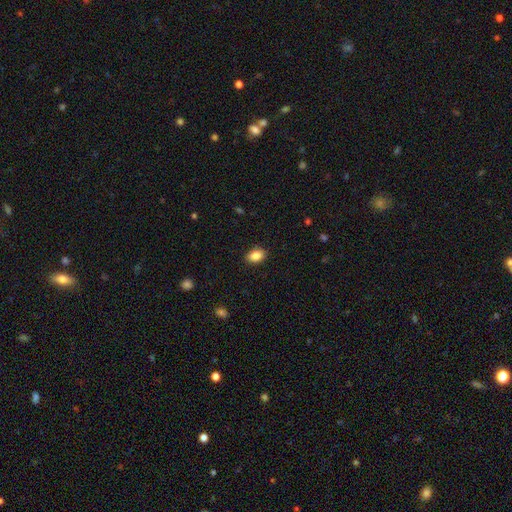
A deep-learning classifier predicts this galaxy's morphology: smooth_or_featured: smooth (p=0.88) [alt: star or artifact p=0.08]
how_rounded: in between (p=0.85) [alt: round p=0.14]
merging: none (p=0.88) [alt: minor disturbance p=0.09]